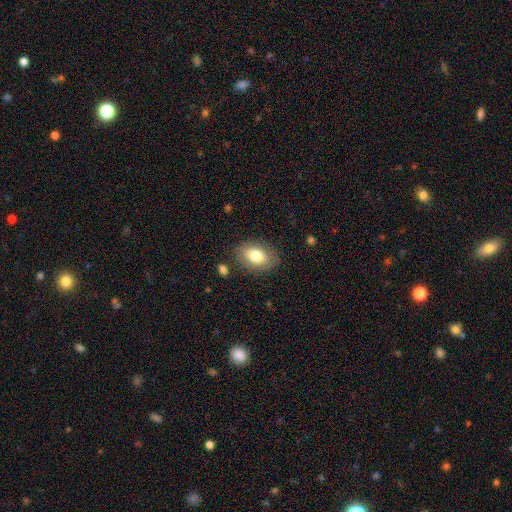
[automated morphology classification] Smooth or featured: smooth — 79% (featured or disk — 13%)
How rounded: in between — 82% (round — 17%)
Merging: none — 83% (minor disturbance — 12%)